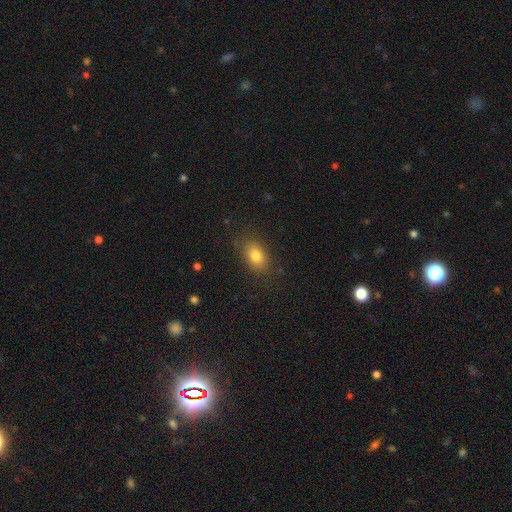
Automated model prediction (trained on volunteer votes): The model was most divided on "how rounded": in between: 83%, round: 15%, cigar-shaped: 2%. More confident: merging — none (82%); smooth or featured — smooth (80%).